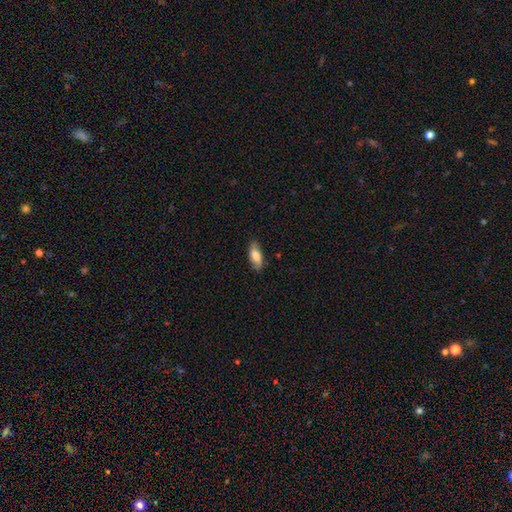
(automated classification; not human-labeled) A smooth galaxy with no disk features (77%) that is in between round and cigar-shaped (78%). Merging: none (82%).